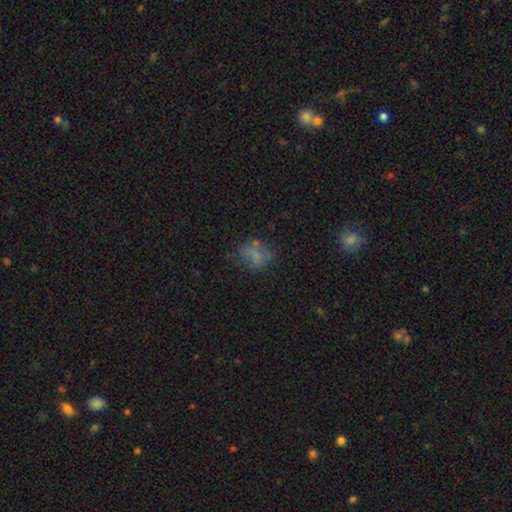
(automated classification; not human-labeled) Morphology: type=smooth (57%); roundness=in between (57%); merging=none (49%).